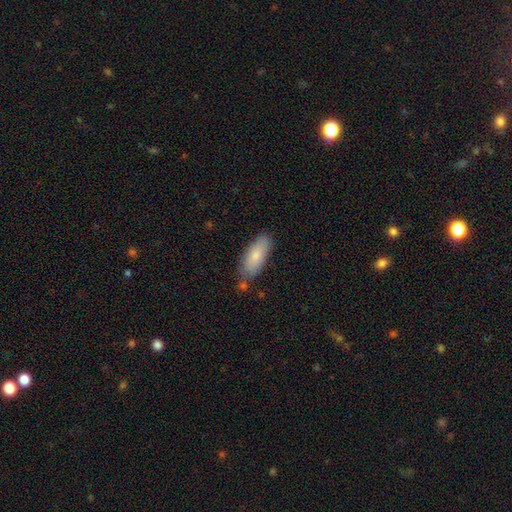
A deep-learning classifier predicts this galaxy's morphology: The model was most divided on "merging": none: 72%, minor disturbance: 19%, merger: 6%, major disturbance: 3%. More confident: smooth or featured — smooth (80%); how rounded — in between (77%).